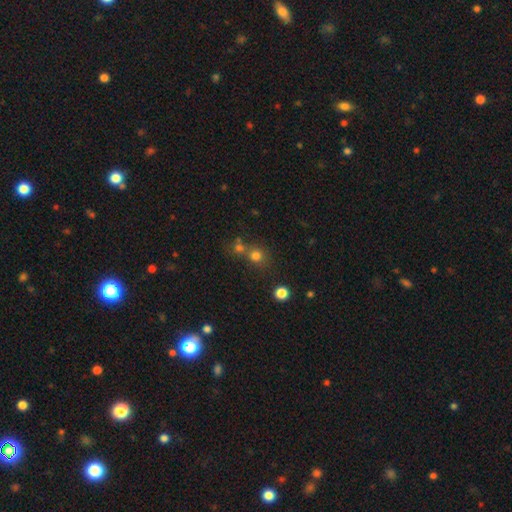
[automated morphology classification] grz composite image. It shows a smooth galaxy with no disk features (74%) that is round (86%). Merging: none (54%).